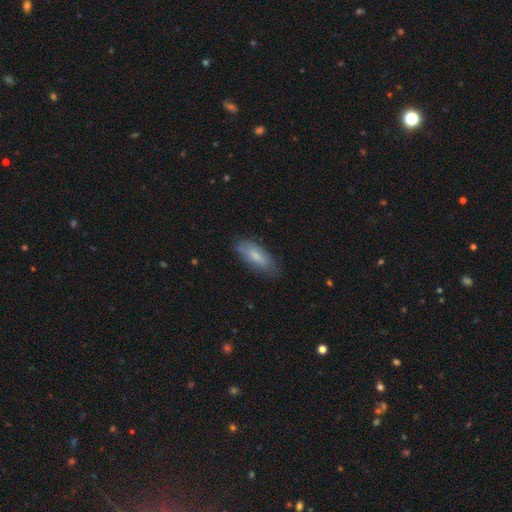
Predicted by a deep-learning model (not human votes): Q: Smooth or featured?
A: smooth (73%); runner-up: featured or disk (20%)
Q: How rounded?
A: in between (73%); runner-up: cigar-shaped (25%)
Q: Merging?
A: none (76%); runner-up: minor disturbance (19%)